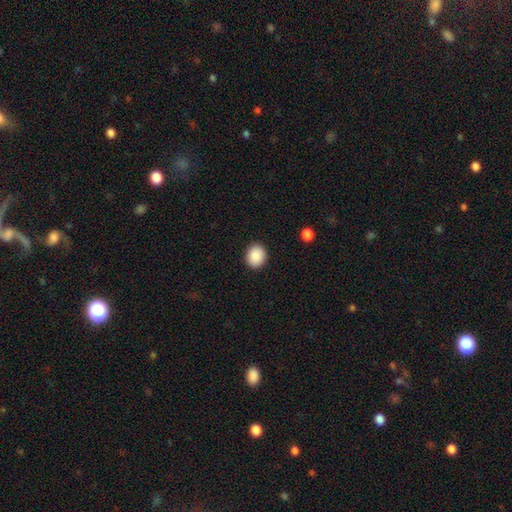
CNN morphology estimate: A smooth galaxy with no disk features (89%) that is round (64%).

Vote fractions:
- Smooth or featured? smooth: 89% / star or artifact: 8% / featured or disk: 4%
- How rounded? round: 64% / in between: 35% / cigar-shaped: 1%
- Merging? none: 91% / minor disturbance: 6% / major disturbance: 2% / merger: 1%